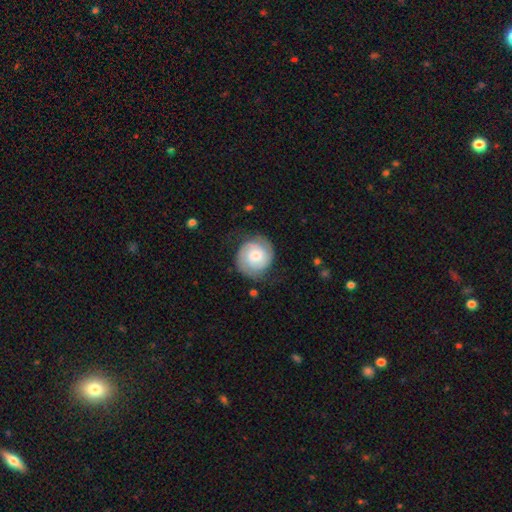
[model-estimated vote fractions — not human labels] Smooth or featured: featured or disk — 64% (smooth — 30%)
Edge-on disk: no — 98% (yes — 2%)
Bar: no — 68% (weak — 28%)
Spiral arms: yes — 92% (no — 8%)
Spiral winding: tight — 62% (medium — 29%)
Spiral arm count: 2 — 70% (can't tell — 15%)
Bulge size: moderate — 56% (small — 33%)
Merging: none — 72% (minor disturbance — 19%)